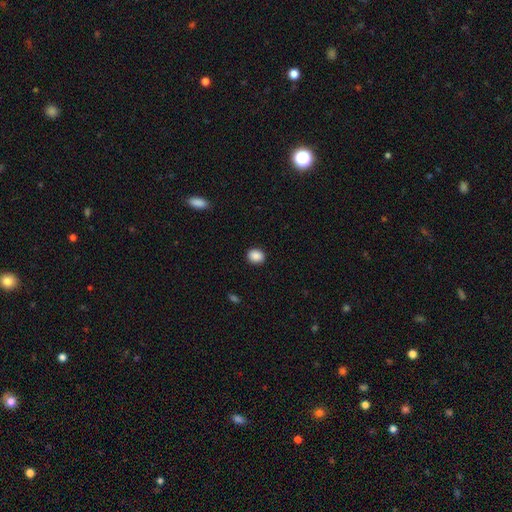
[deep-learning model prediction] This is clearly a smooth galaxy (89%). How rounded: likely round (67%). Merging: clearly none (91%).